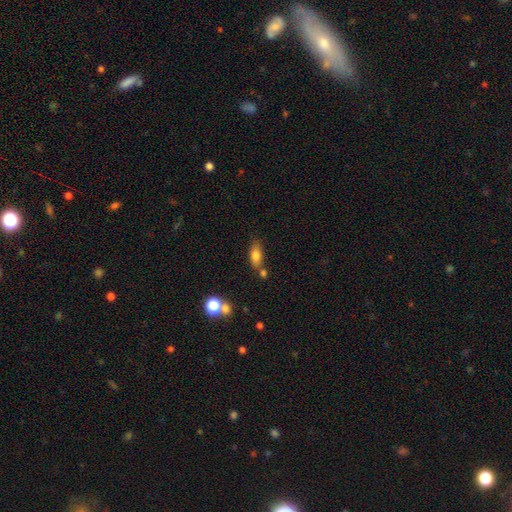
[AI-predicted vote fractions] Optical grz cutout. It shows a smooth galaxy with no disk features (78%) that is in between round and cigar-shaped (80%). Merging: none (64%).